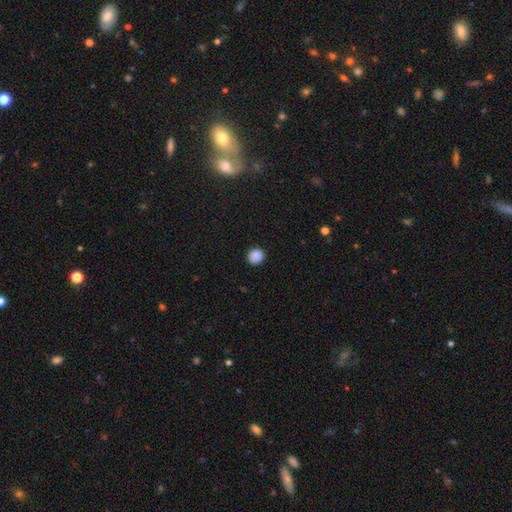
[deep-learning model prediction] Morphology: type=smooth (88%); roundness=round (91%); merging=none (89%).